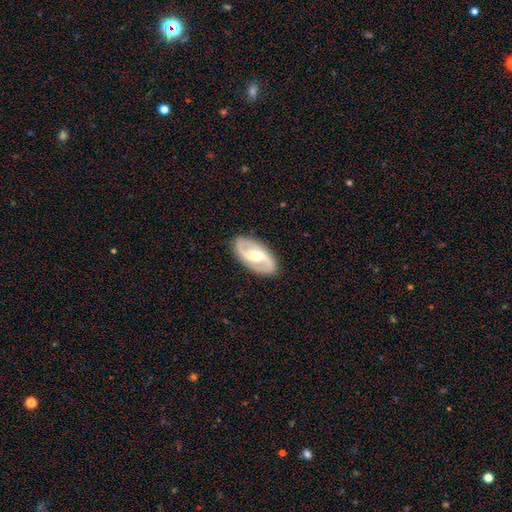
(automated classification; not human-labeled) A featured or disk galaxy (87%) with a weak bar (48%), 2 (93%) medium (46%) spiral arms (95%) and a moderate central bulge (54%). Merging: none (88%).